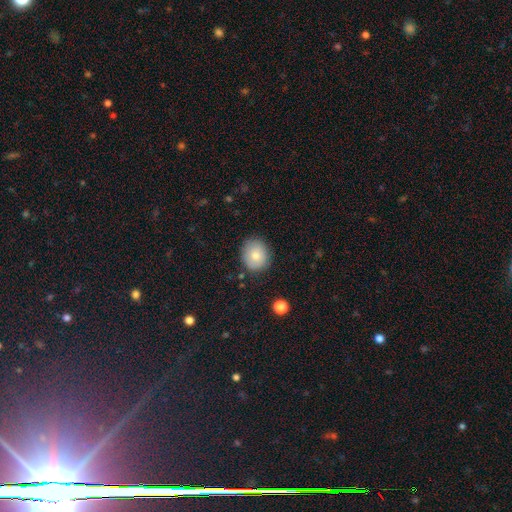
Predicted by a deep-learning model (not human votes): Smooth or featured?
  - smooth: 78% *
  - featured or disk: 14%
  - star or artifact: 8%
How rounded?
  - round: 69% *
  - in between: 30%
  - cigar-shaped: 1%
Merging?
  - none: 81% *
  - minor disturbance: 14%
  - major disturbance: 3%
  - merger: 1%